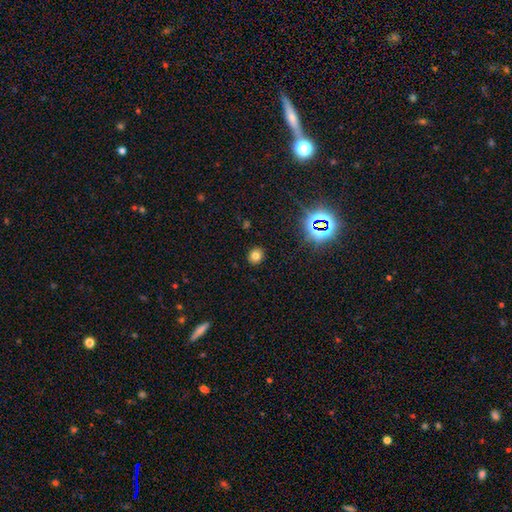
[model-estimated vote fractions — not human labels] Smooth or featured: smooth — 74% (star or artifact — 19%)
How rounded: round — 69% (in between — 30%)
Merging: none — 89% (minor disturbance — 8%)